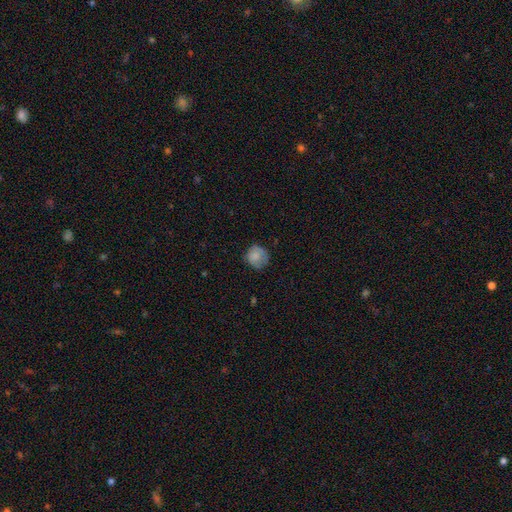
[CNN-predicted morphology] type=smooth (81%); roundness=round (86%); merging=none (69%).